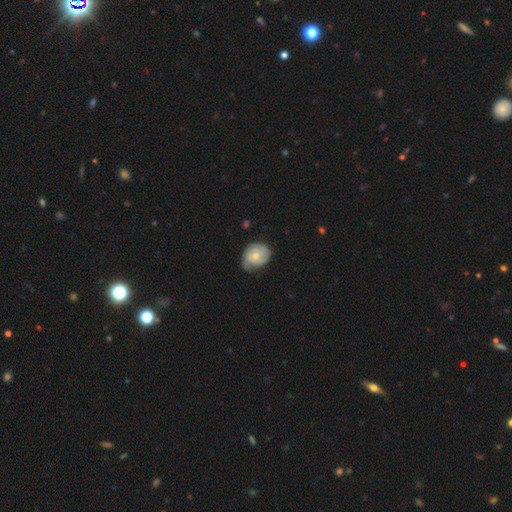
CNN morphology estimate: Smooth or featured? featured or disk (55%)
Edge-on disk? no (97%)
Bar? no (80%)
Spiral arms? yes (75%)
Bulge size? moderate (49%)
Merging? none (49%)